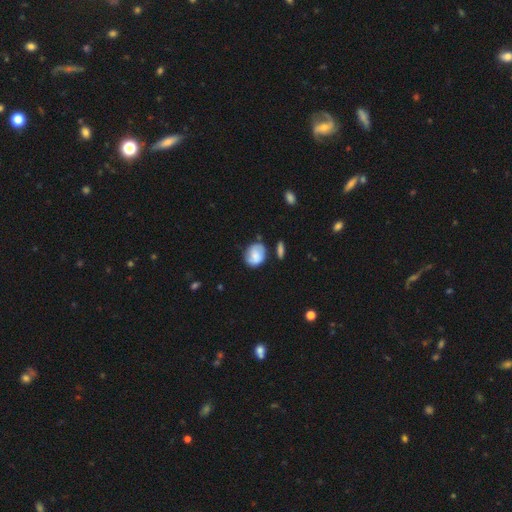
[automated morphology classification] A smooth galaxy with no disk features (67%) that is round (51%).

Vote fractions:
- Smooth or featured? smooth: 67% / featured or disk: 25% / star or artifact: 8%
- How rounded? round: 51% / in between: 48% / cigar-shaped: 1%
- Merging? none: 59% / minor disturbance: 27% / merger: 7% / major disturbance: 7%